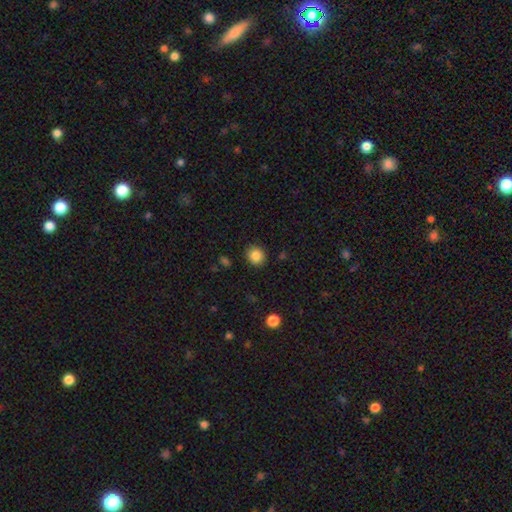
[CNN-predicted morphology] Overall: smooth (85%). How rounded: round (84%). Merging: none (90%).